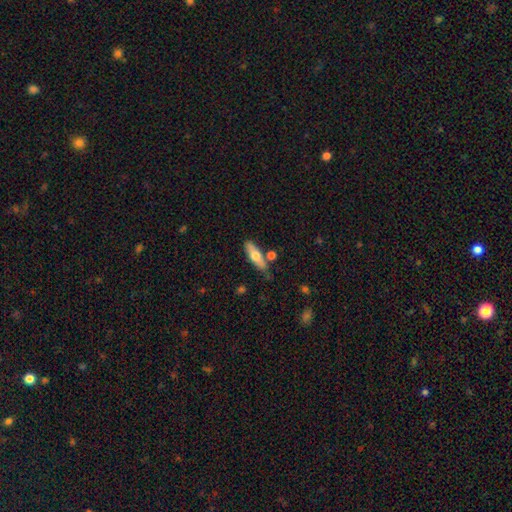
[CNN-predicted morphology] Q: Smooth or featured?
A: smooth (60%); runner-up: featured or disk (35%)
Q: How rounded?
A: cigar-shaped (53%); runner-up: in between (45%)
Q: Merging?
A: none (70%); runner-up: minor disturbance (17%)